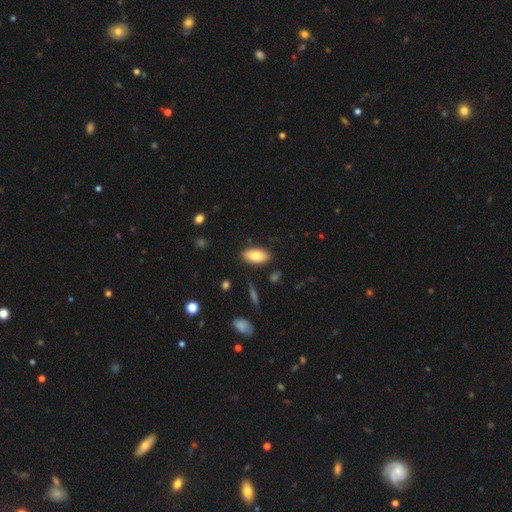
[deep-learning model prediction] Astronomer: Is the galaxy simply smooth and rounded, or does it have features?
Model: smooth — 79%.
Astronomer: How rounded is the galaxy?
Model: in between — 92%.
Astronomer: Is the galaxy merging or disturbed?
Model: none — 86%.